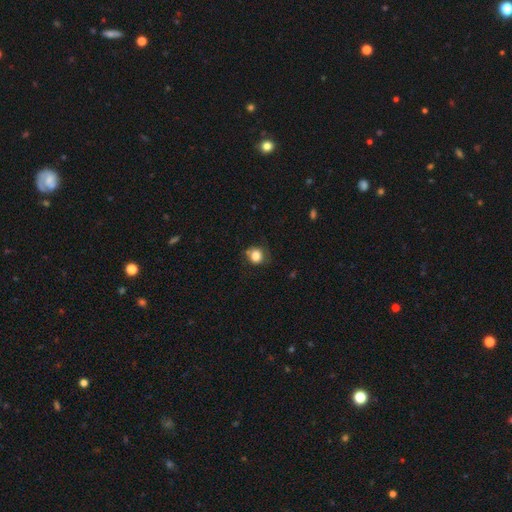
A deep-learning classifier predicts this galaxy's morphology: Smooth or featured?
  - smooth: 83% *
  - star or artifact: 10%
  - featured or disk: 7%
How rounded?
  - round: 73% *
  - in between: 26%
  - cigar-shaped: 1%
Merging?
  - none: 66% *
  - minor disturbance: 23%
  - major disturbance: 7%
  - merger: 5%